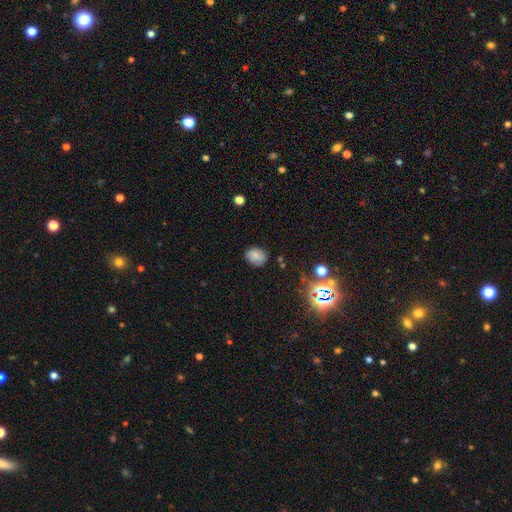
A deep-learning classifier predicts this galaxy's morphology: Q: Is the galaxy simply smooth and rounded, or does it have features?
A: smooth — 78%.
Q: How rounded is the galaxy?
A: in between — 53%.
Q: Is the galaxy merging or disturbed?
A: none — 81%.